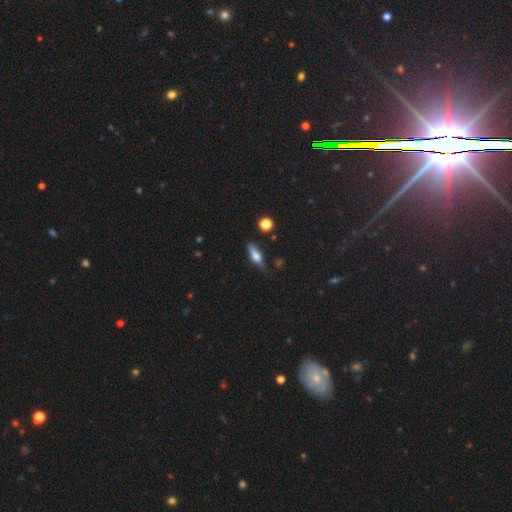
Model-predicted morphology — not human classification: type=smooth (61%); roundness=cigar-shaped (53%); merging=none (63%).